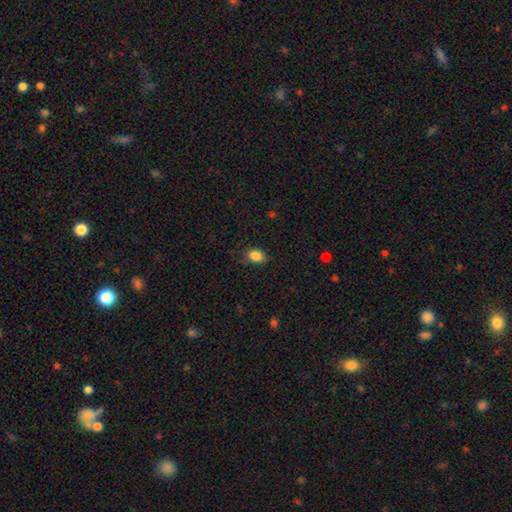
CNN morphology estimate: Smooth or featured? smooth (86%)
How rounded? in between (56%)
Merging? none (81%)